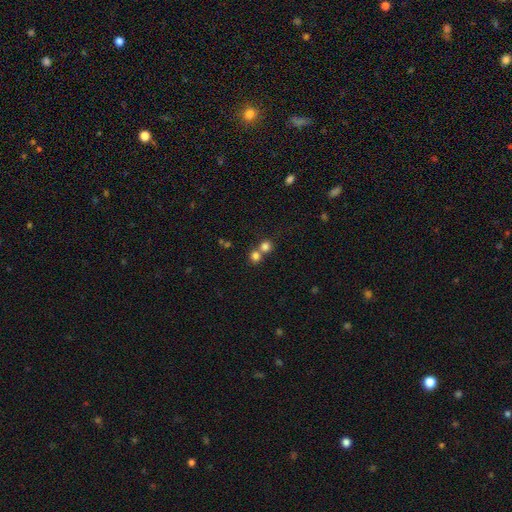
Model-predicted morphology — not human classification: smooth_or_featured: smooth (p=0.78) [alt: star or artifact p=0.14]
how_rounded: round (p=0.88) [alt: in between p=0.11]
merging: none (p=0.49) [alt: merger p=0.43]